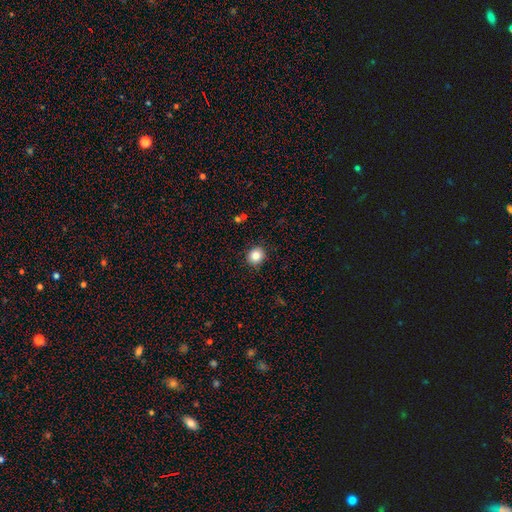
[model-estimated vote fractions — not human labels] Morphology: type=smooth (84%); roundness=round (87%); merging=none (90%).